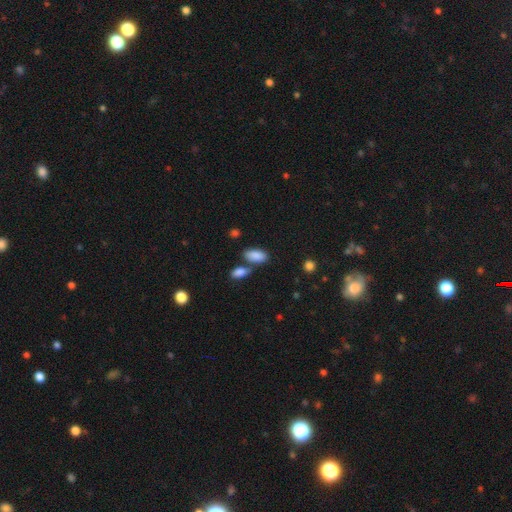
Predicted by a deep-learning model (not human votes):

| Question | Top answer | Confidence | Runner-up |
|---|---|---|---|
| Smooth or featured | smooth | 87% | star or artifact (7%) |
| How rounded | in between | 93% | cigar-shaped (4%) |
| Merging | none | 60% | merger (24%) |